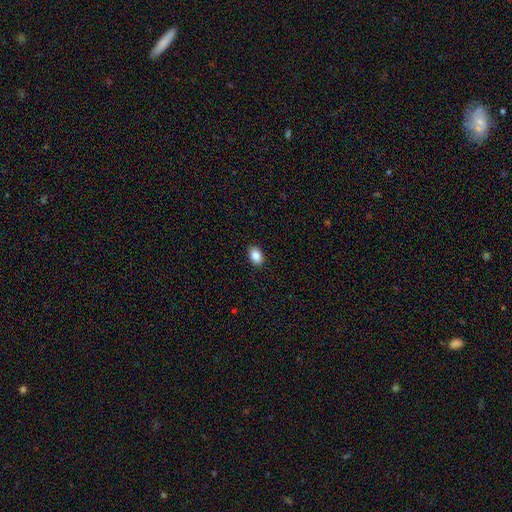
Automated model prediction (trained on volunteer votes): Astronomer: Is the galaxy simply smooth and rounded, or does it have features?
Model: smooth — 87%.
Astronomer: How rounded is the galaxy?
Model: in between — 83%.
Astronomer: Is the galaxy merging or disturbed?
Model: none — 90%.